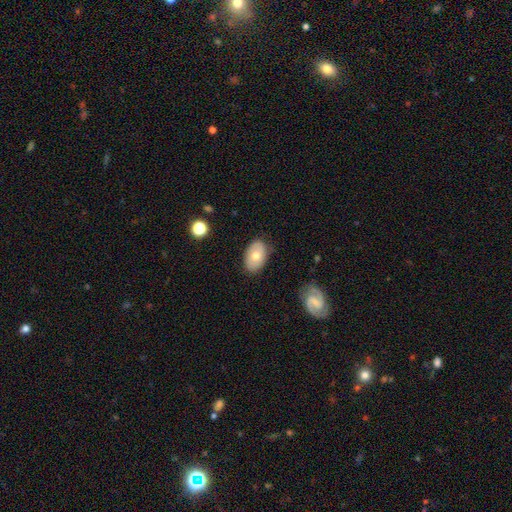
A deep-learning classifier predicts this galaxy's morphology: smooth-or-featured: smooth: 65% | featured or disk: 28% | star or artifact: 7%
  how-rounded: in between: 90% | round: 9% | cigar-shaped: 1%
  merging: none: 82% | minor disturbance: 13% | major disturbance: 3% | merger: 1%